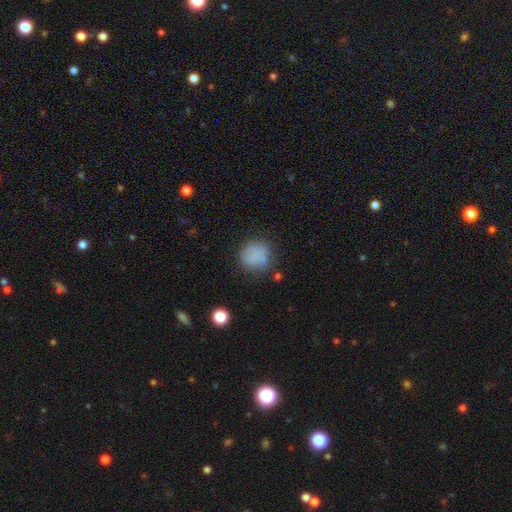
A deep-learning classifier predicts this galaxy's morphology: Smooth or featured? Predicted: smooth (p=0.81). How rounded? Predicted: round (p=0.85). Merging? Predicted: none (p=0.71).